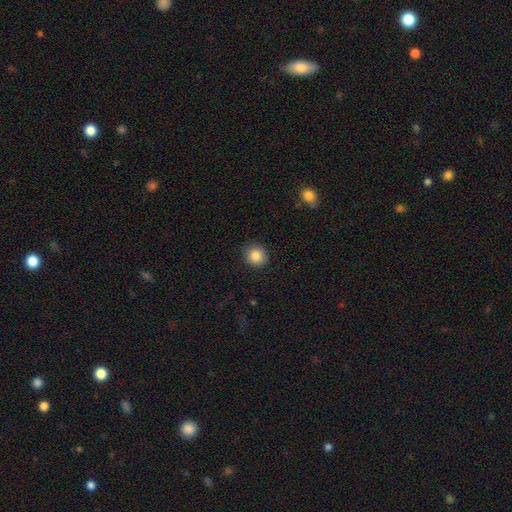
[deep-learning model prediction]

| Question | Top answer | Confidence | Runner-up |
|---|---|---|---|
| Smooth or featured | smooth | 86% | star or artifact (10%) |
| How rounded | round | 90% | in between (10%) |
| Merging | none | 90% | minor disturbance (7%) |